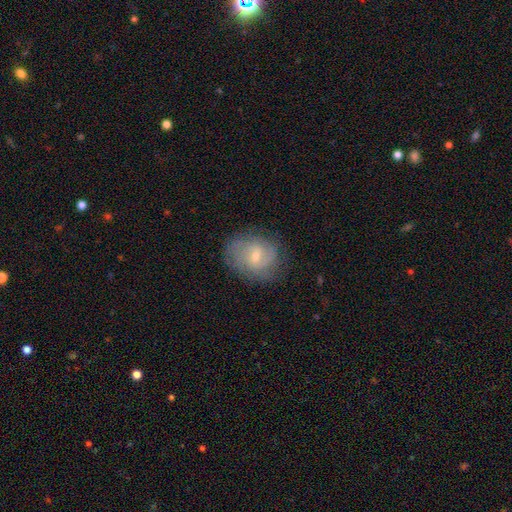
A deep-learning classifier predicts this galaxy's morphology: Smooth or featured: featured or disk — 66% (smooth — 25%)
Edge-on disk: no — 97% (yes — 3%)
Bar: weak — 55% (no — 35%)
Spiral arms: yes — 88% (no — 12%)
Spiral winding: tight — 41% (medium — 40%)
Spiral arm count: 2 — 43% (can't tell — 34%)
Bulge size: small — 62% (moderate — 33%)
Merging: none — 75% (minor disturbance — 17%)